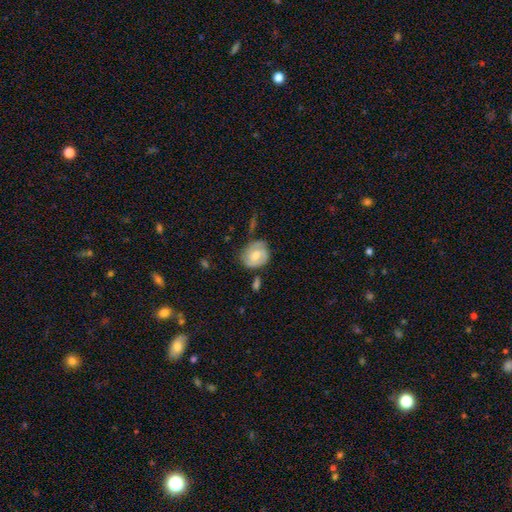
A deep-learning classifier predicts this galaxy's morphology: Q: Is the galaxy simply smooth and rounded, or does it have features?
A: featured or disk — 48%.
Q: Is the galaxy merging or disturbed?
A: none — 58%.